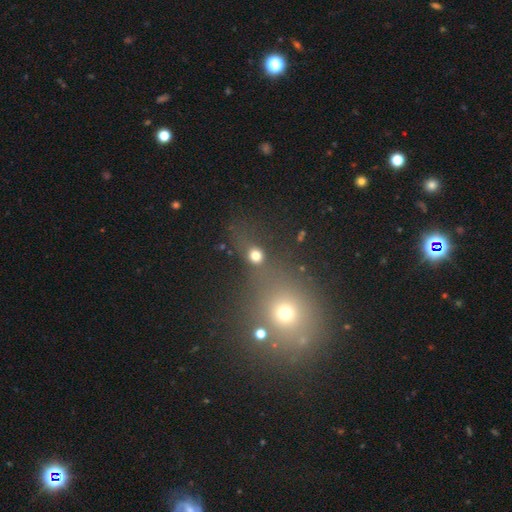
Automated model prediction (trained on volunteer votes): smooth-or-featured: smooth: 73% | star or artifact: 19% | featured or disk: 8%
  how-rounded: round: 73% | in between: 24% | cigar-shaped: 2%
  merging: none: 58% | merger: 21% | minor disturbance: 11% | major disturbance: 10%